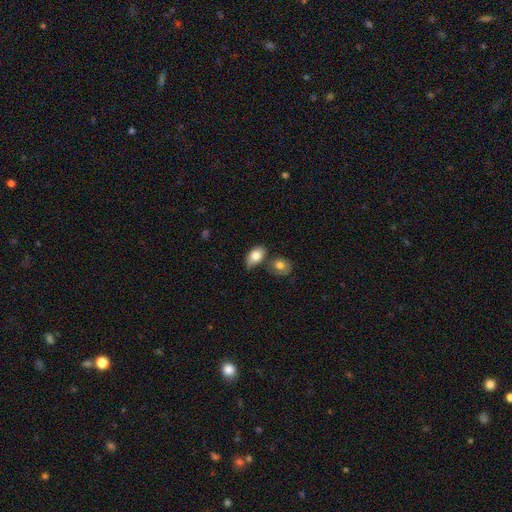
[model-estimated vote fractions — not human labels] Smooth or featured: smooth — 81% (featured or disk — 13%)
How rounded: in between — 90% (round — 8%)
Merging: none — 56% (merger — 20%)